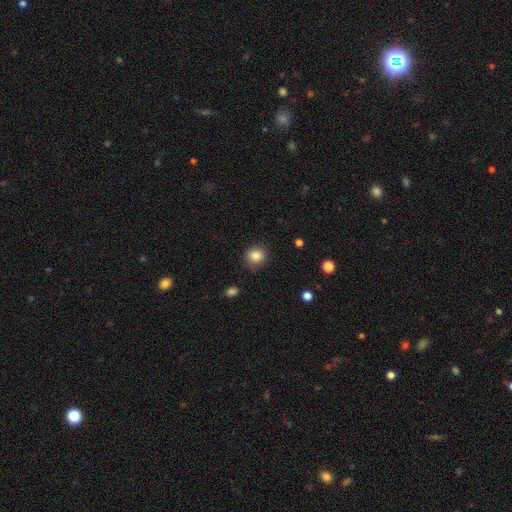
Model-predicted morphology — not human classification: This is clearly a smooth galaxy (84%). How rounded: clearly round (82%). Merging: clearly none (85%).